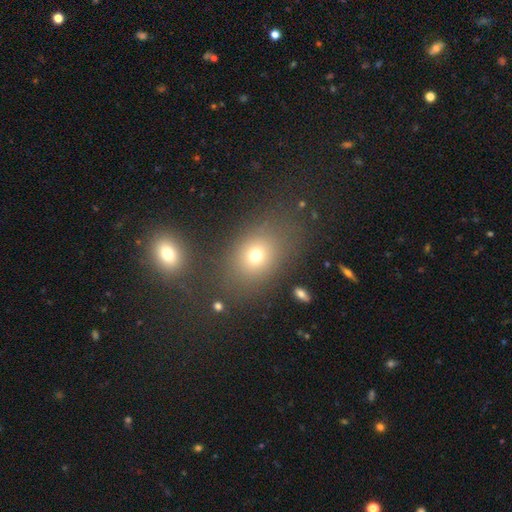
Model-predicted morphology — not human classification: smooth_or_featured: smooth (p=0.70) [alt: star or artifact p=0.18]
how_rounded: in between (p=0.59) [alt: round p=0.39]
merging: none (p=0.73) [alt: minor disturbance p=0.12]